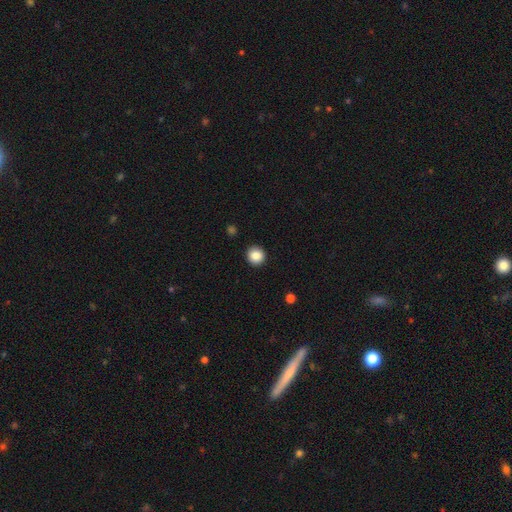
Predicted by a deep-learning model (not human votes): Smooth or featured: smooth — 87% (star or artifact — 9%)
How rounded: round — 92% (in between — 7%)
Merging: none — 92% (minor disturbance — 5%)